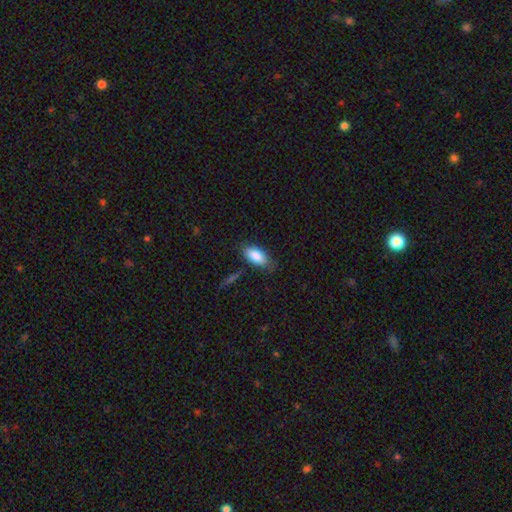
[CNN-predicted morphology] Smooth or featured: smooth — 85% (featured or disk — 9%)
How rounded: in between — 90% (cigar-shaped — 7%)
Merging: none — 77% (minor disturbance — 17%)